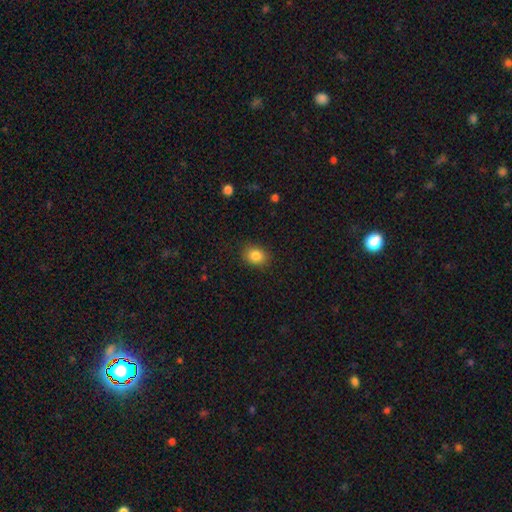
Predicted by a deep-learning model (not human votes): This appears to be a smooth galaxy with no disk features (86%) that is in between round and cigar-shaped (55%). Merging: none (87%).